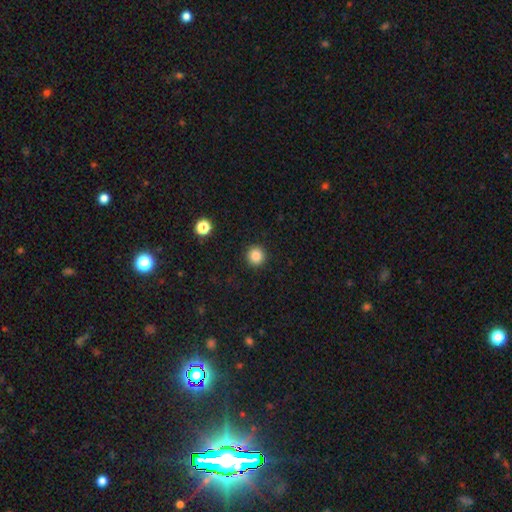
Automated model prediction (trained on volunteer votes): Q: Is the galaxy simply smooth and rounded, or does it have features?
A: smooth — 85%.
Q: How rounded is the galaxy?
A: round — 94%.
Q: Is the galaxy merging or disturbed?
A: none — 93%.